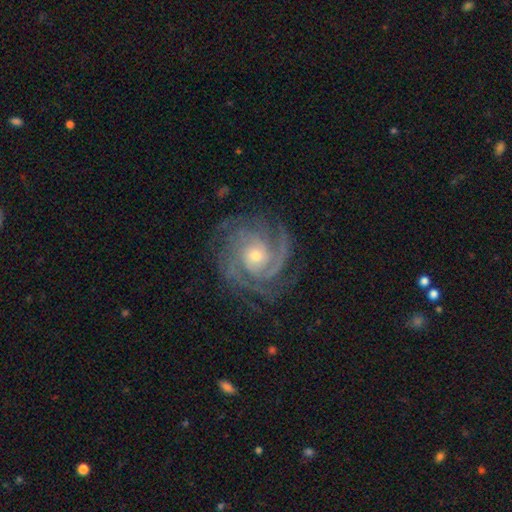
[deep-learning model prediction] A featured or disk galaxy (91%) with no bar (74%), 3 (34%) tight (68%) spiral arms (98%) and a small central bulge (51%).

Vote fractions:
- Smooth or featured? featured or disk: 91% / star or artifact: 5% / smooth: 4%
- Edge-on disk? no: 98% / yes: 2%
- Bar? no: 74% / weak: 20% / strong: 6%
- Spiral arms? yes: 98% / no: 2%
- Spiral winding? tight: 68% / medium: 28% / loose: 4%
- Spiral arm count? 3: 34% / 4: 20% / 2: 16% / can't tell: 15% / more than 4: 8% / 1: 6%
- Bulge size? small: 51% / moderate: 45% / large: 3% / none: 1% / dominant: 1%
- Merging? none: 78% / minor disturbance: 14% / major disturbance: 6% / merger: 1%